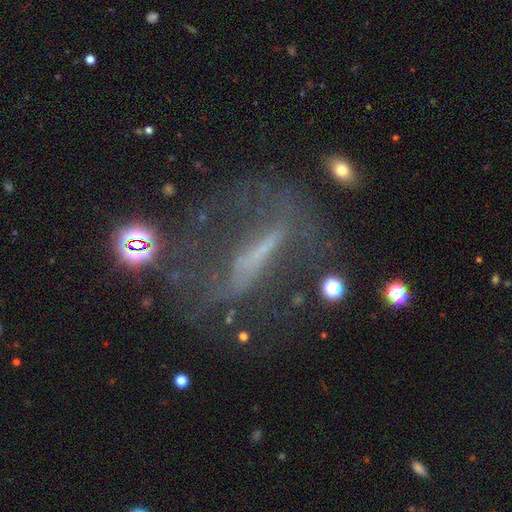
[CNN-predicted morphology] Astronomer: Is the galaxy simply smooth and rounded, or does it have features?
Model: featured or disk — 63%.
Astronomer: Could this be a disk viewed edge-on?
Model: no — 68%.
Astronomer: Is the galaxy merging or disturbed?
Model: none — 52%.